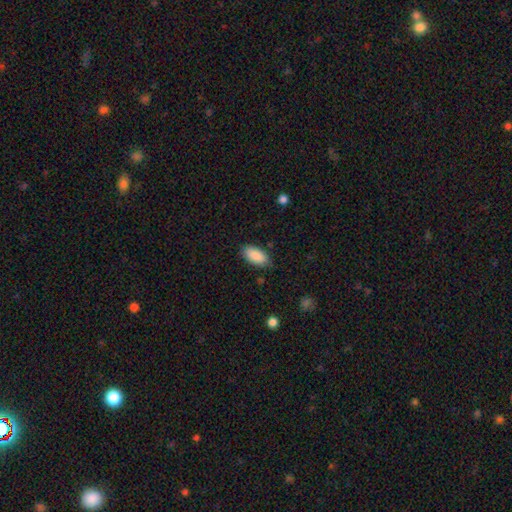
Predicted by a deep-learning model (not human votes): Smooth or featured: smooth — 89% (star or artifact — 6%)
How rounded: in between — 94% (cigar-shaped — 4%)
Merging: none — 82% (minor disturbance — 14%)